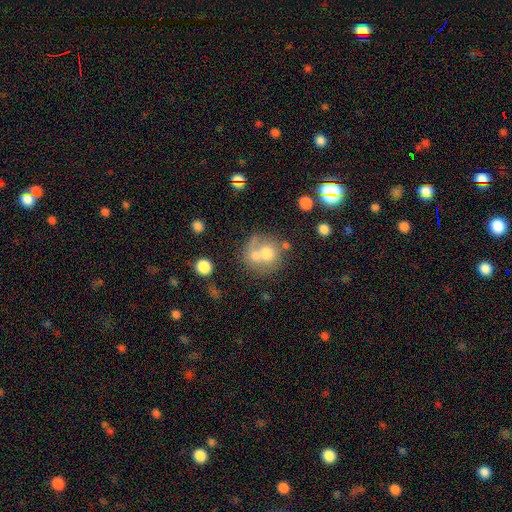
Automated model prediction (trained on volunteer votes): Smooth or featured: smooth — 63% (featured or disk — 27%)
How rounded: round — 79% (in between — 20%)
Merging: merger — 45% (none — 34%)